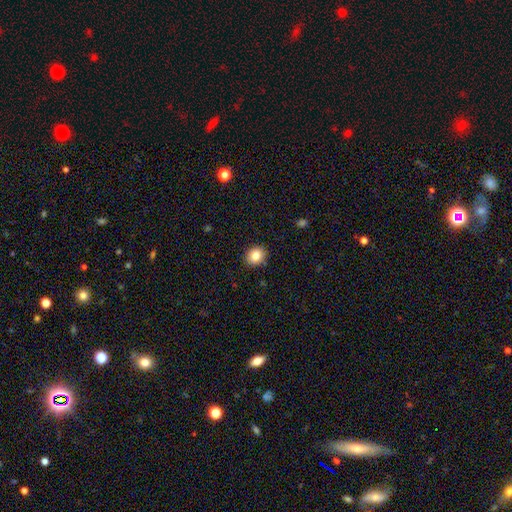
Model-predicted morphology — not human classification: Smooth or featured?
  - smooth: 82% *
  - star or artifact: 10%
  - featured or disk: 8%
How rounded?
  - round: 74% *
  - in between: 25%
  - cigar-shaped: 1%
Merging?
  - none: 90% *
  - minor disturbance: 7%
  - major disturbance: 2%
  - merger: 1%